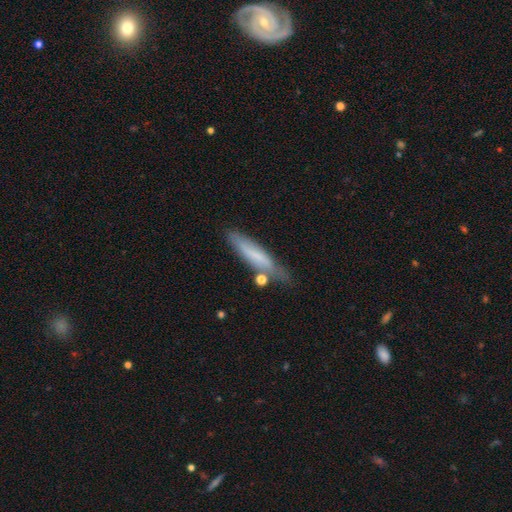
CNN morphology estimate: Smooth or featured: smooth — 65% (featured or disk — 27%)
How rounded: cigar-shaped — 85% (in between — 13%)
Merging: none — 66% (minor disturbance — 21%)